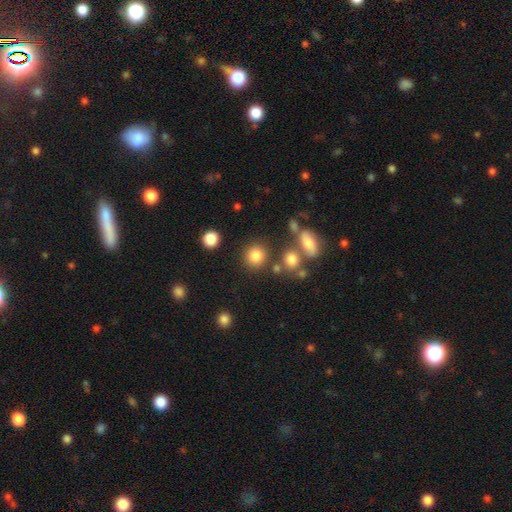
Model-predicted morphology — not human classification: type=smooth (82%); roundness=round (86%); merging=none (79%).